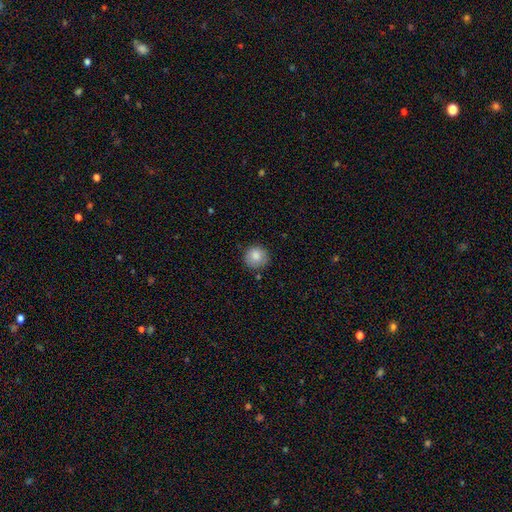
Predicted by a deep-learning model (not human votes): smooth-or-featured: smooth: 84% | star or artifact: 8% | featured or disk: 7%
  how-rounded: round: 92% | in between: 7% | cigar-shaped: 1%
  merging: none: 83% | minor disturbance: 13% | major disturbance: 3% | merger: 2%